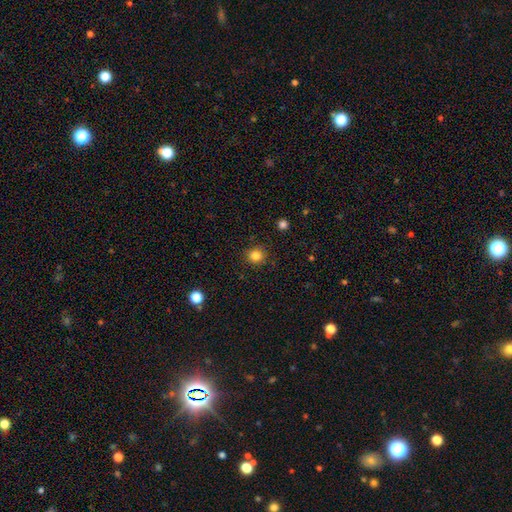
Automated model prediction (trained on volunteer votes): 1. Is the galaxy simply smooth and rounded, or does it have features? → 83% smooth, 12% star or artifact, 5% featured or disk.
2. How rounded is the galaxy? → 89% round, 10% in between, 1% cigar-shaped.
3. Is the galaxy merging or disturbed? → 90% none, 7% minor disturbance, 2% major disturbance, 1% merger.